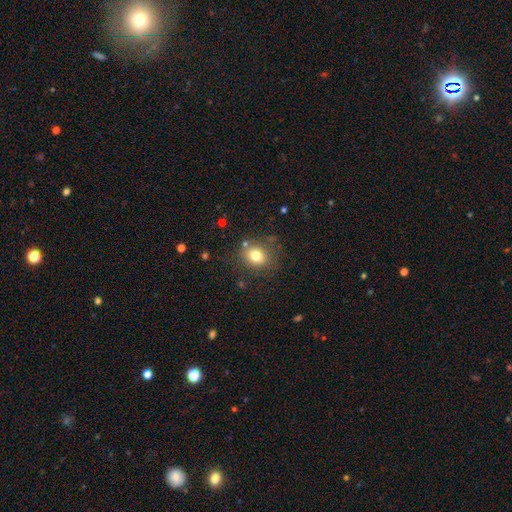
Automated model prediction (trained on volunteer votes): This appears to be a smooth galaxy with no disk features (77%) that is round (65%). Merging: none (77%).